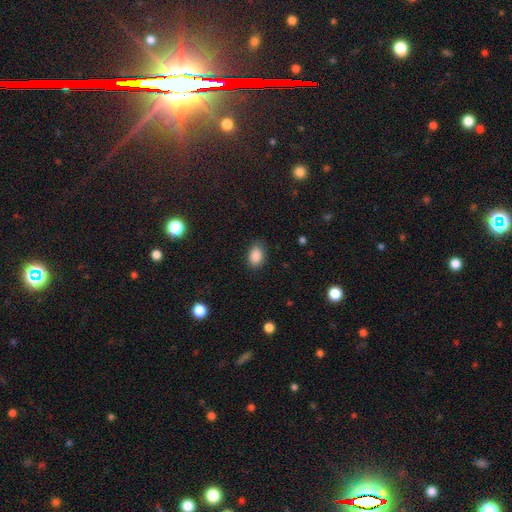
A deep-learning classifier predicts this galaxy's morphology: Smooth or featured?
  - smooth: 88% *
  - star or artifact: 8%
  - featured or disk: 4%
How rounded?
  - in between: 84% *
  - round: 14%
  - cigar-shaped: 1%
Merging?
  - none: 83% *
  - minor disturbance: 13%
  - major disturbance: 3%
  - merger: 1%